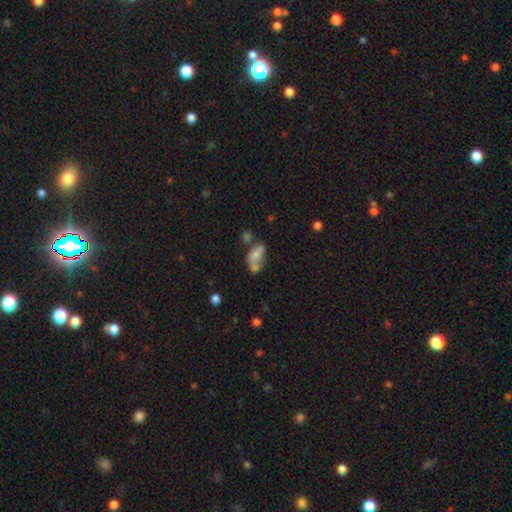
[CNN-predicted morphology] Smooth or featured? smooth (56%)
How rounded? in between (85%)
Merging? merger (42%)